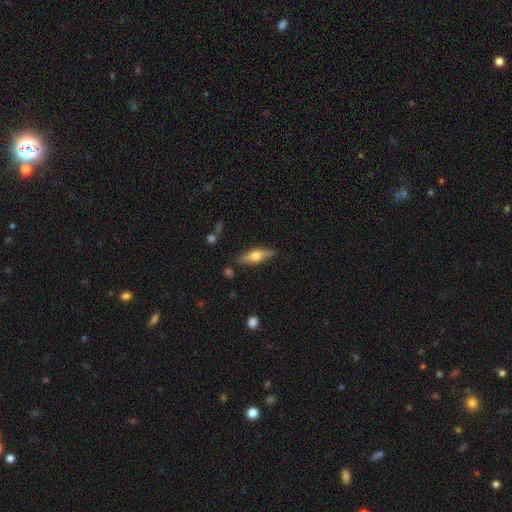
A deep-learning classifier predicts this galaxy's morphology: Q: Smooth or featured?
A: featured or disk (54%); runner-up: smooth (40%)
Q: Edge-on disk?
A: yes (93%); runner-up: no (7%)
Q: Edge-on bulge?
A: rounded (93%); runner-up: boxy (4%)
Q: Merging?
A: none (86%); runner-up: minor disturbance (10%)